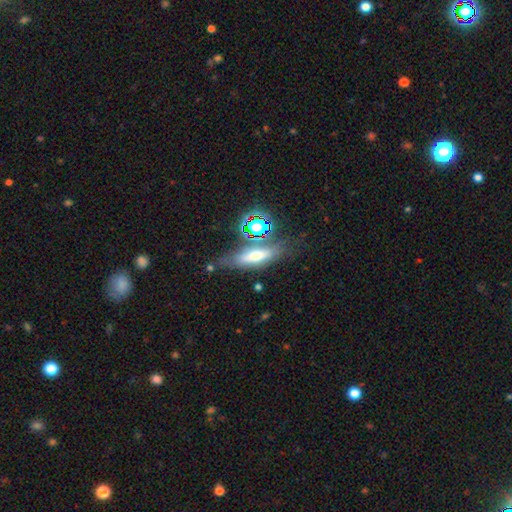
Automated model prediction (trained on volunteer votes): smooth_or_featured: smooth (p=0.47) [alt: featured or disk p=0.38]
merging: none (p=0.66) [alt: minor disturbance p=0.18]